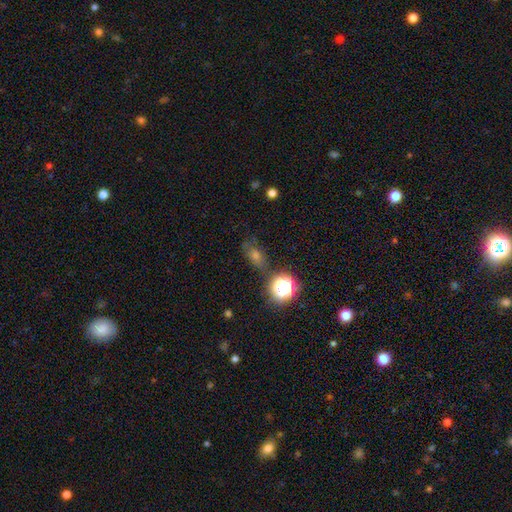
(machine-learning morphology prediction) smooth 44%, star or artifact 40%, featured or disk 17%. Down the decision tree: merging — none (69%).